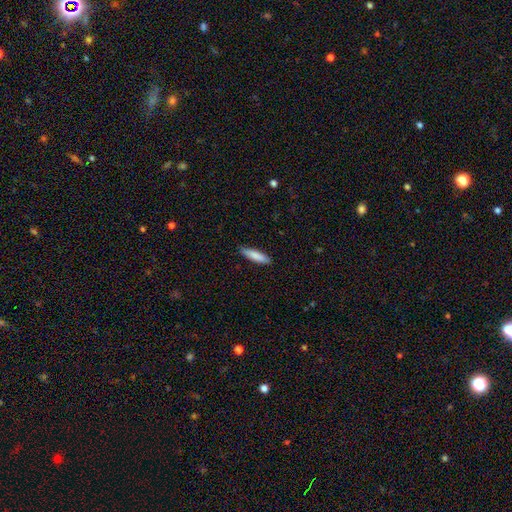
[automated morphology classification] smooth-or-featured: smooth: 84% | featured or disk: 11% | star or artifact: 6%
  how-rounded: cigar-shaped: 76% | in between: 22% | round: 1%
  merging: none: 88% | minor disturbance: 9% | major disturbance: 2% | merger: 1%